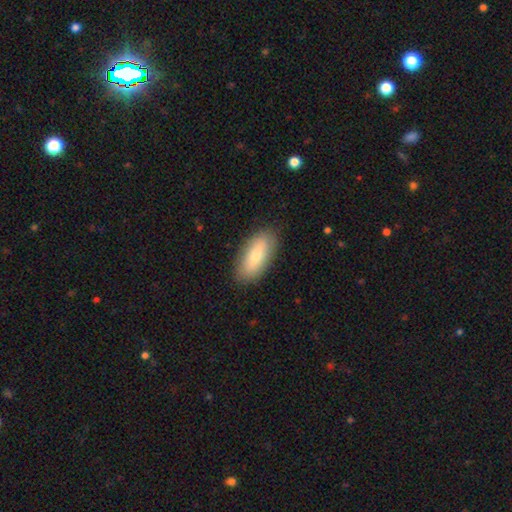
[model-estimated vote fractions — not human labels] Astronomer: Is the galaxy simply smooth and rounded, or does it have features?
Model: smooth — 74%.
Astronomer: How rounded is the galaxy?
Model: in between — 86%.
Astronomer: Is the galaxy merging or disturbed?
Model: none — 87%.